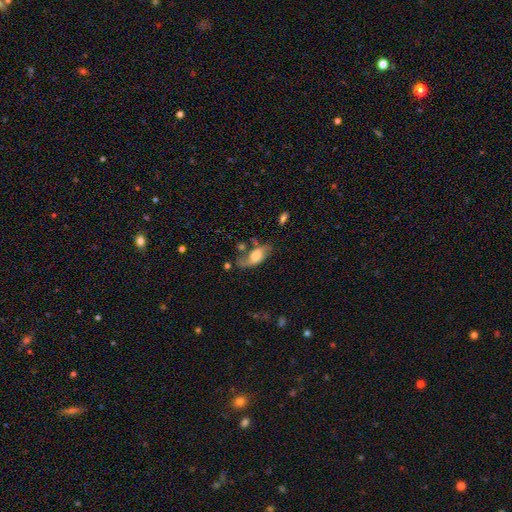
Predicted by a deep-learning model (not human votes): Smooth or featured?
  - smooth: 47% *
  - featured or disk: 46%
  - star or artifact: 8%
Merging?
  - none: 46% *
  - minor disturbance: 26%
  - major disturbance: 18%
  - merger: 10%